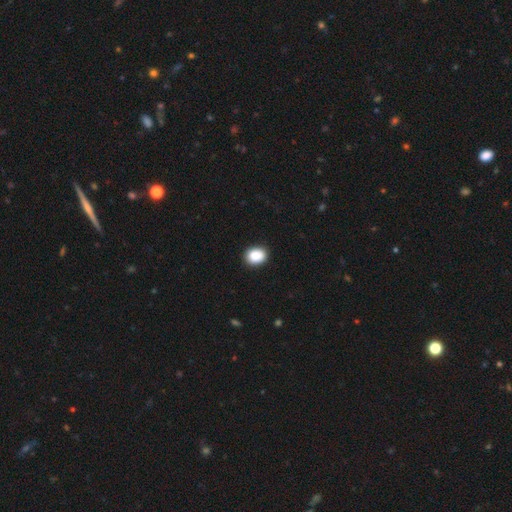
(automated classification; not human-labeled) This appears to be a smooth galaxy with no disk features (88%) that is in between round and cigar-shaped (59%). Merging: none (88%).